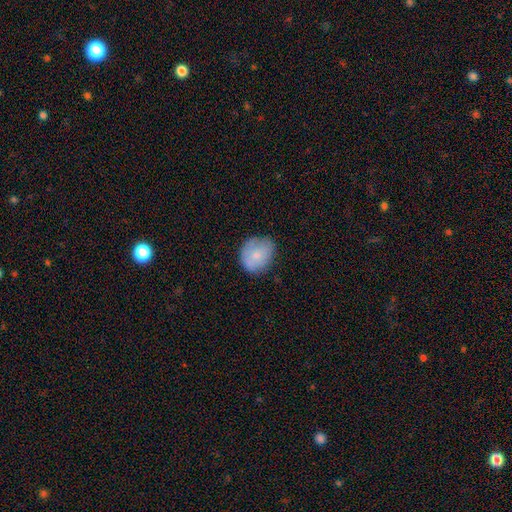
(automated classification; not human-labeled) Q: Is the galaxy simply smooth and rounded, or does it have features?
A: smooth — 77%.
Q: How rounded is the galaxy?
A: round — 66%.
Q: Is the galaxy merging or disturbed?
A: none — 72%.